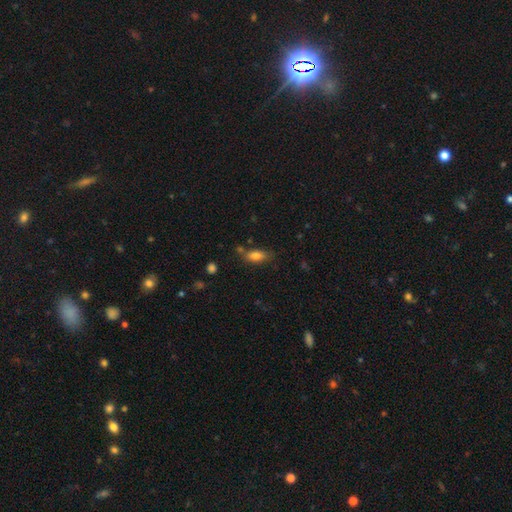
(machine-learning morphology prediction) A smooth galaxy with no disk features (80%) that is in between round and cigar-shaped (82%). Merging: none (67%).